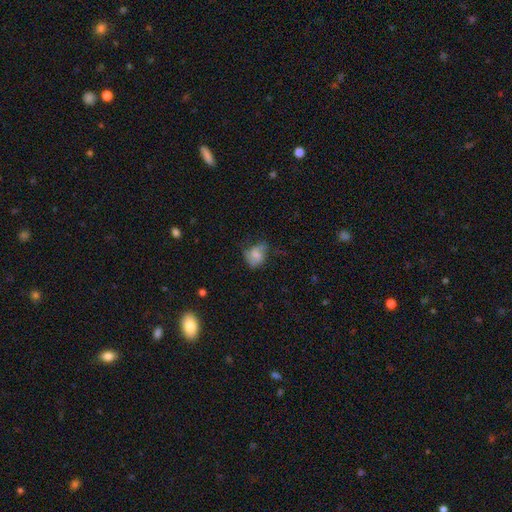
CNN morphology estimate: A smooth galaxy with no disk features (58%) that is in between round and cigar-shaped (60%). Merging: none (44%).